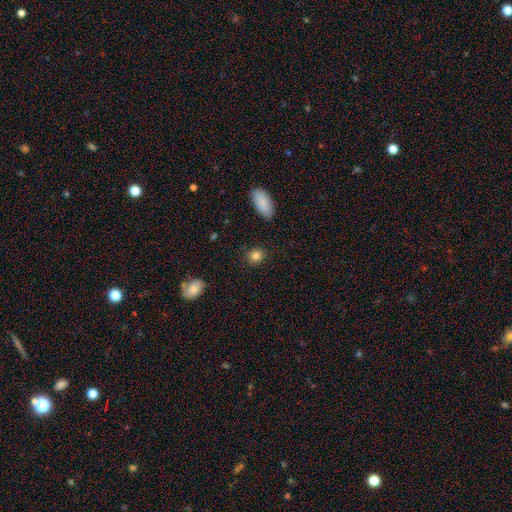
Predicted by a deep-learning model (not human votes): Overall: smooth (85%). How rounded: round (80%). Merging: none (87%).